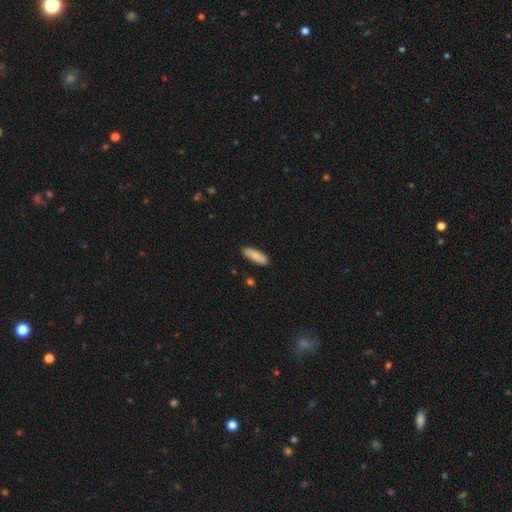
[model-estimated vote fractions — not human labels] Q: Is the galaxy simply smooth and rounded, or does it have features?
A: smooth — 86%.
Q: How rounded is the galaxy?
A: in between — 55%.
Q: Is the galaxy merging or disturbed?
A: none — 83%.